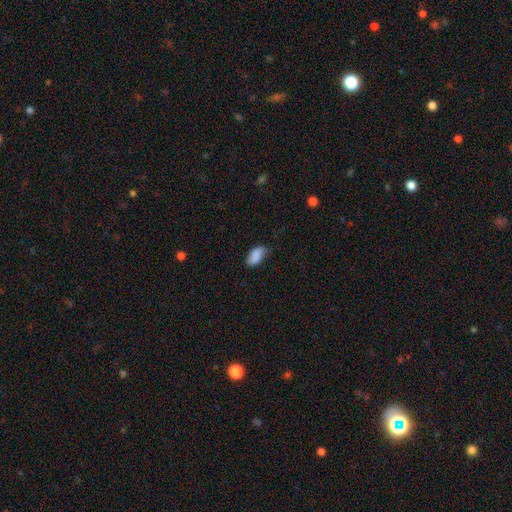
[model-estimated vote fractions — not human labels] smooth_or_featured: smooth (p=0.84) [alt: featured or disk p=0.09]
how_rounded: in between (p=0.93) [alt: round p=0.04]
merging: none (p=0.66) [alt: minor disturbance p=0.26]